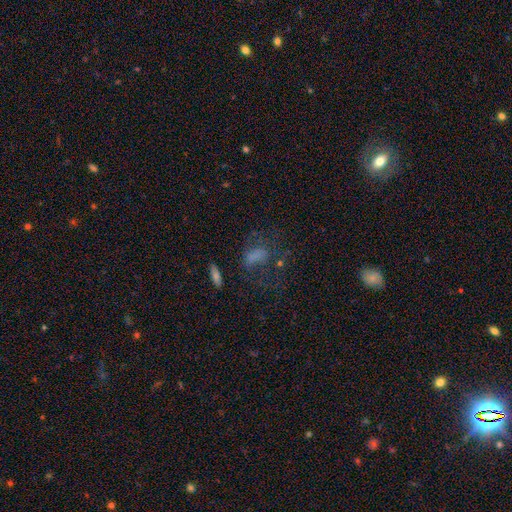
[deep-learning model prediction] Smooth or featured?
  - smooth: 52% *
  - featured or disk: 27%
  - star or artifact: 21%
How rounded?
  - in between: 70% *
  - round: 22%
  - cigar-shaped: 8%
Merging?
  - none: 39% *
  - major disturbance: 36%
  - minor disturbance: 18%
  - merger: 7%